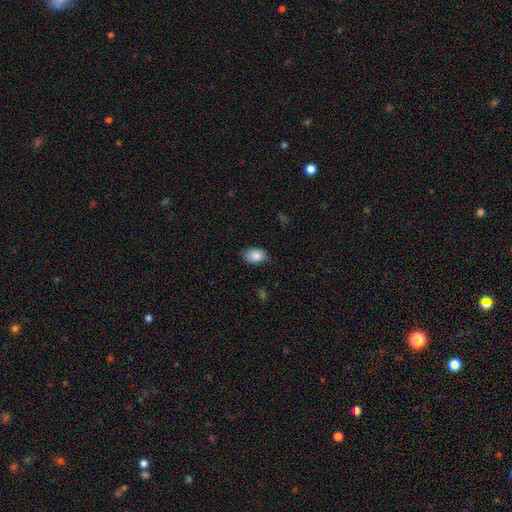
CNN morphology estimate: smooth-or-featured: smooth: 87% | star or artifact: 7% | featured or disk: 6%
  how-rounded: in between: 88% | round: 10% | cigar-shaped: 1%
  merging: none: 78% | minor disturbance: 17% | major disturbance: 3% | merger: 1%